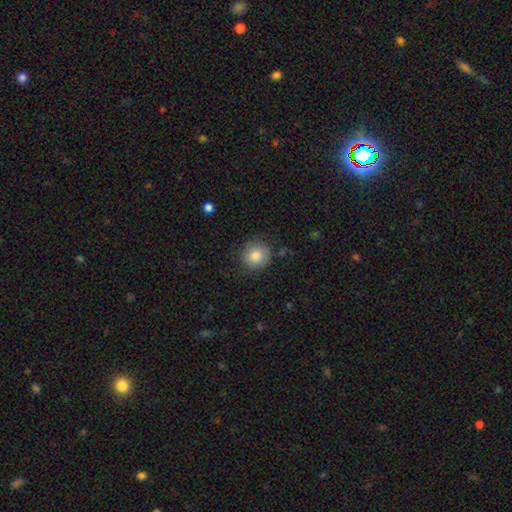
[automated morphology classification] A smooth galaxy with no disk features (83%) that is round (92%).

Vote fractions:
- Smooth or featured? smooth: 83% / star or artifact: 9% / featured or disk: 8%
- How rounded? round: 92% / in between: 7% / cigar-shaped: 1%
- Merging? none: 84% / minor disturbance: 12% / major disturbance: 3% / merger: 1%